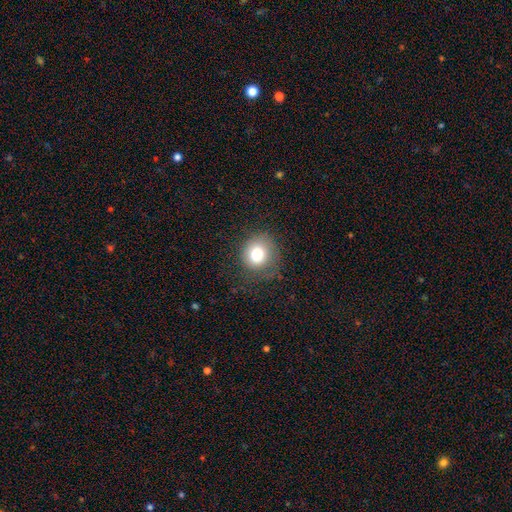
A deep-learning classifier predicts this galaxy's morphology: type=smooth (78%); roundness=round (83%); merging=none (72%).